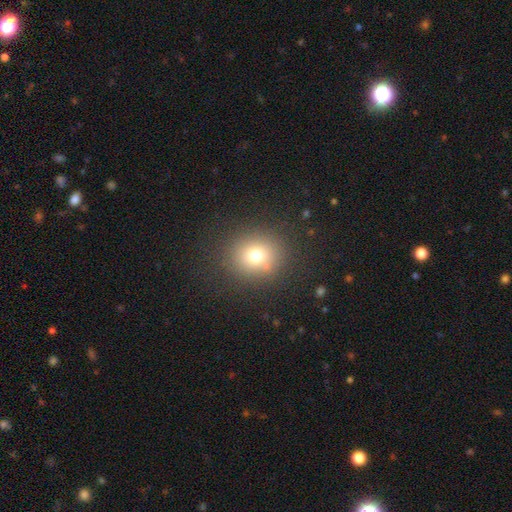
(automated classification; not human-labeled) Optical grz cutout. It shows a smooth galaxy with no disk features (72%) that is round (84%). Merging: none (85%).